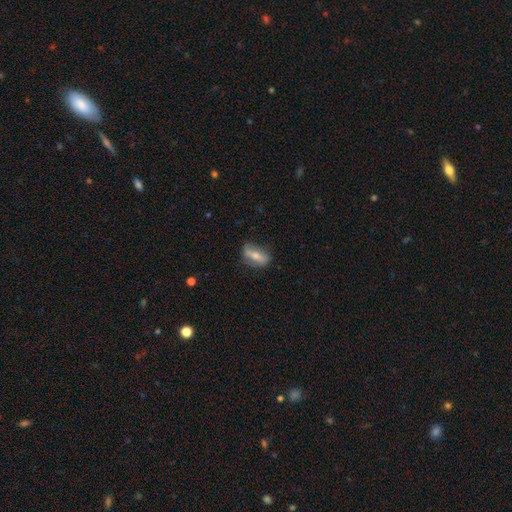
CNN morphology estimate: This is possibly a featured or disk galaxy (48%). Merging: likely none (71%).